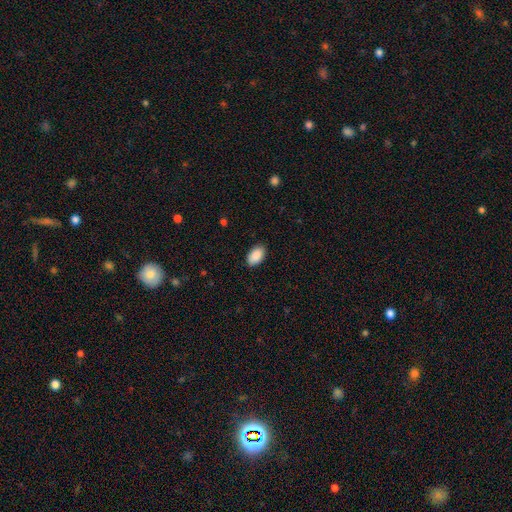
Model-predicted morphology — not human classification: This is clearly a smooth galaxy (91%). How rounded: clearly in between (94%). Merging: clearly none (88%).